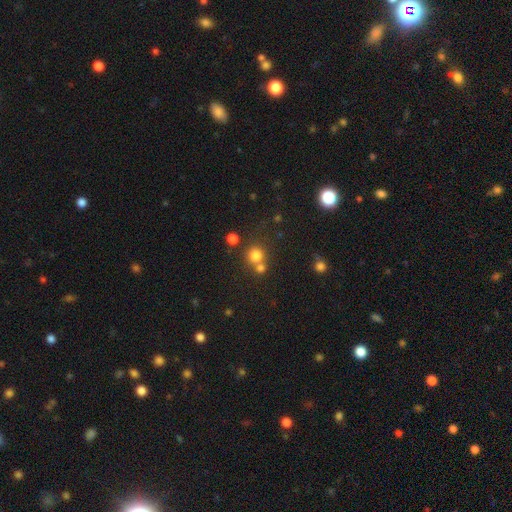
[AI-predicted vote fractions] The model was most divided on "merging": none: 59%, merger: 31%, minor disturbance: 7%, major disturbance: 3%. More confident: how rounded — round (91%); smooth or featured — smooth (76%).